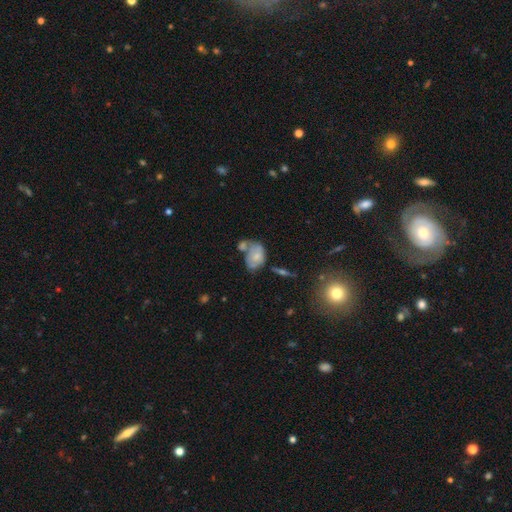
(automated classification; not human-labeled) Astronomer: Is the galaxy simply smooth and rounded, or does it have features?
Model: smooth — 52% (runner-up: featured or disk, 40%).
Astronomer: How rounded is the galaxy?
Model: in between — 79%.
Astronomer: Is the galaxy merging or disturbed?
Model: merger — 36% (runner-up: none, 29%).